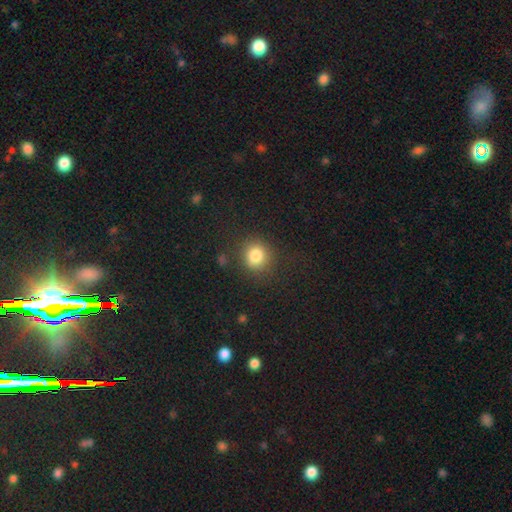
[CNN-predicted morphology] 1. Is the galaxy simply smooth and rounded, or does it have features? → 83% smooth, 11% star or artifact, 6% featured or disk.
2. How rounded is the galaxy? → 83% round, 16% in between, 1% cigar-shaped.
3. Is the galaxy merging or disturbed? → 82% none, 12% minor disturbance, 5% major disturbance, 2% merger.